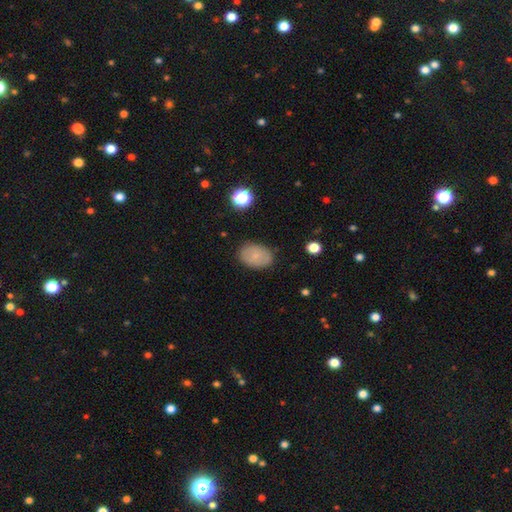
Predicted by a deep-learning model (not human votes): smooth_or_featured: smooth (p=0.77) [alt: featured or disk p=0.14]
how_rounded: in between (p=0.81) [alt: round p=0.18]
merging: none (p=0.84) [alt: minor disturbance p=0.12]